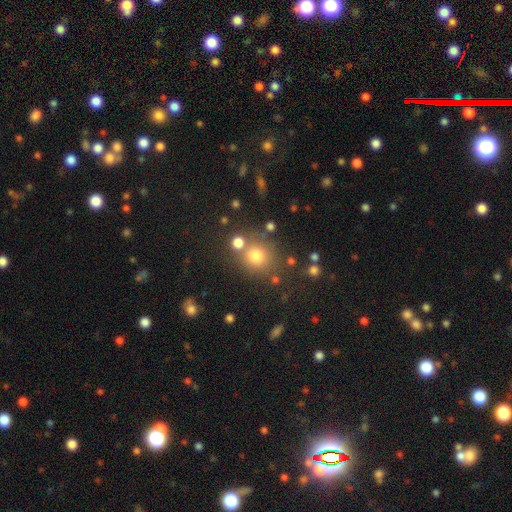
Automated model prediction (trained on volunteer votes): smooth 74%, star or artifact 18%, featured or disk 9%. Down the decision tree: how rounded — round (85%); merging — none (71%).